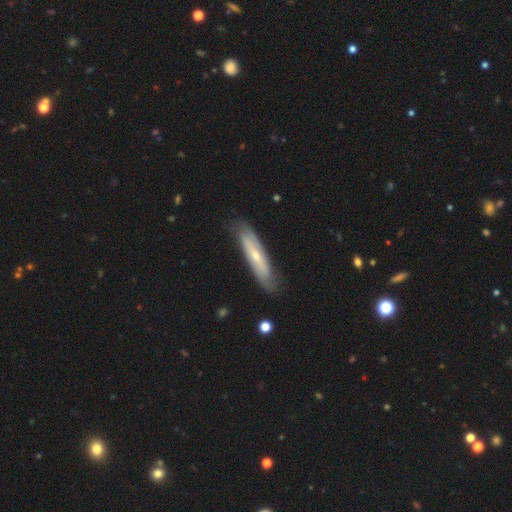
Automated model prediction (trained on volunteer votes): Smooth or featured: featured or disk — 59% (smooth — 35%)
Edge-on disk: yes — 50% (tied with no — 50%)
Merging: none — 79% (minor disturbance — 16%)